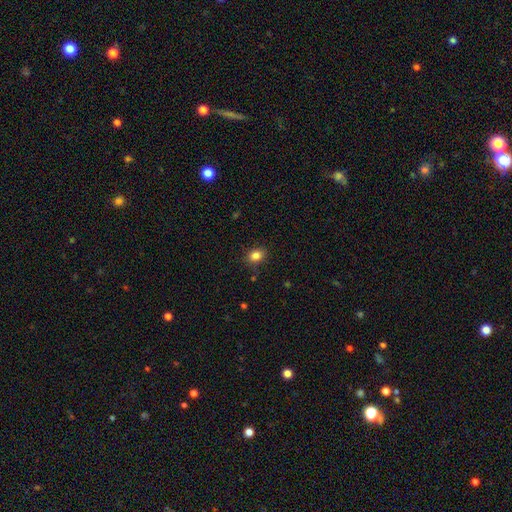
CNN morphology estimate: Smooth or featured: smooth — 84% (star or artifact — 11%)
How rounded: in between — 55% (round — 44%)
Merging: none — 85% (minor disturbance — 11%)